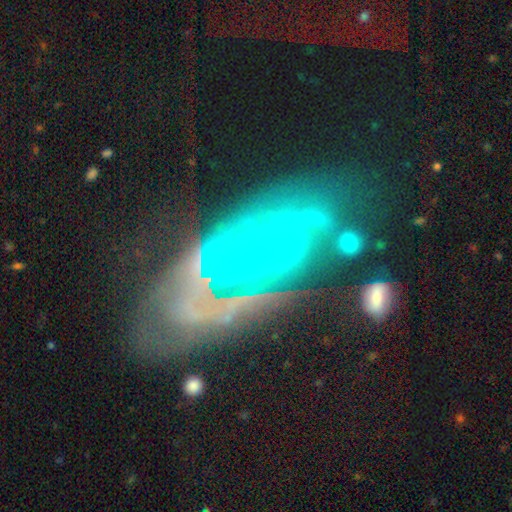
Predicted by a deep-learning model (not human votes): This is clearly a featured or disk galaxy (83%). It is clearly not viewed edge-on (93%). Bar: marginally no (39%). Spiral arm pattern: clearly yes (87%). Spiral arm count: possibly 2 (45%). Spiral winding: possibly tight (53%). Central bulge: likely small (71%). Merging: possibly none (54%).